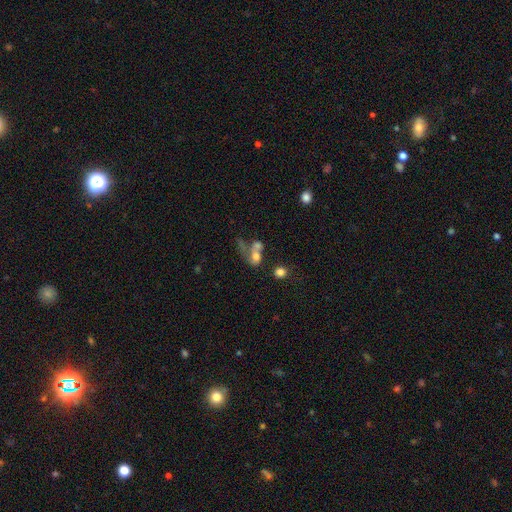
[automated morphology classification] smooth 61%, featured or disk 26%, star or artifact 12%. Down the decision tree: how rounded — in between (57%); merging — merger (57%).